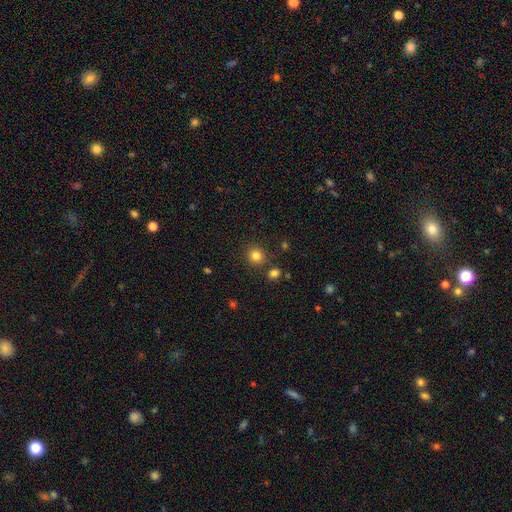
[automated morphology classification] Smooth or featured?
  - smooth: 82% *
  - star or artifact: 13%
  - featured or disk: 5%
How rounded?
  - round: 90% *
  - in between: 9%
  - cigar-shaped: 1%
Merging?
  - none: 85% *
  - minor disturbance: 7%
  - merger: 5%
  - major disturbance: 3%